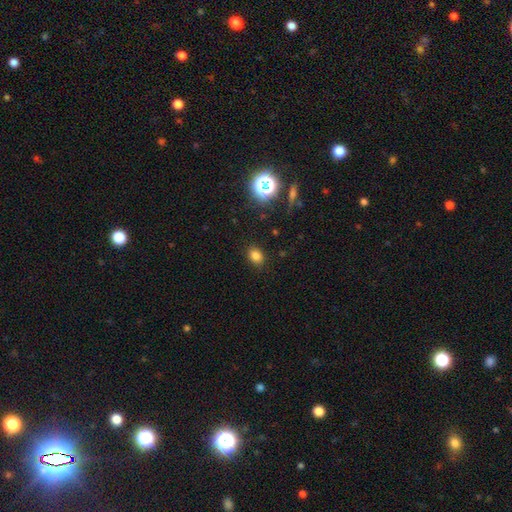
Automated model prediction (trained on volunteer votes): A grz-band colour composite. It shows a smooth galaxy with no disk features (79%) that is in between round and cigar-shaped (59%). Merging: none (87%).